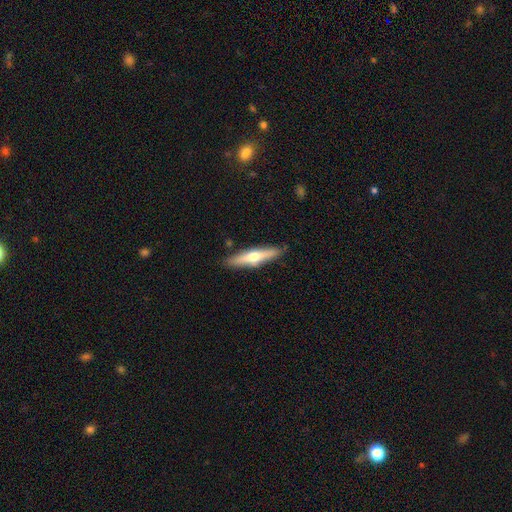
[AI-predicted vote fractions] Q: Smooth or featured?
A: featured or disk (53%); runner-up: smooth (41%)
Q: Edge-on disk?
A: yes (93%); runner-up: no (7%)
Q: Merging?
A: none (87%); runner-up: minor disturbance (10%)